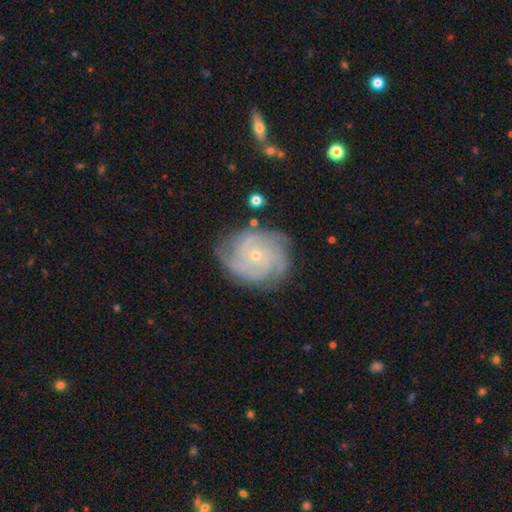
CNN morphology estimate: Smooth or featured?
  - featured or disk: 86% *
  - smooth: 8%
  - star or artifact: 6%
Edge-on disk?
  - no: 97% *
  - yes: 3%
Bar?
  - no: 77% *
  - weak: 19%
  - strong: 4%
Spiral arms?
  - yes: 97% *
  - no: 3%
Spiral winding?
  - tight: 68% *
  - medium: 27%
  - loose: 5%
Spiral arm count?
  - 3: 30% *
  - 4: 27%
  - can't tell: 19%
  - 2: 12%
  - more than 4: 7%
  - 1: 6%
Bulge size?
  - small: 76% *
  - moderate: 21%
  - none: 1%
  - large: 1%
  - dominant: 1%
Merging?
  - none: 78% *
  - minor disturbance: 16%
  - major disturbance: 5%
  - merger: 2%